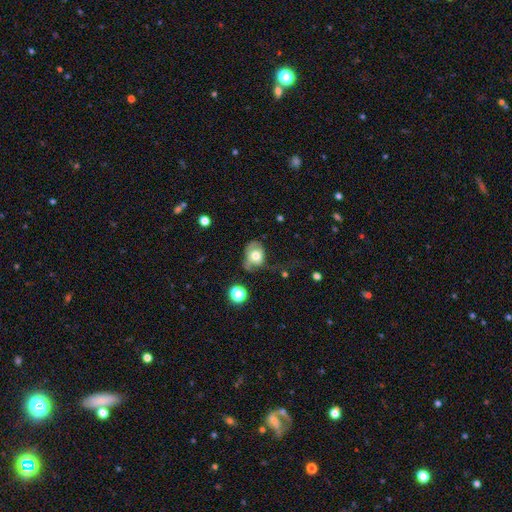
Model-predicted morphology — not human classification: Smooth or featured?
  - smooth: 61% *
  - featured or disk: 29%
  - star or artifact: 10%
How rounded?
  - in between: 57% *
  - round: 42%
  - cigar-shaped: 1%
Merging?
  - major disturbance: 33% *
  - minor disturbance: 31%
  - none: 30%
  - merger: 6%